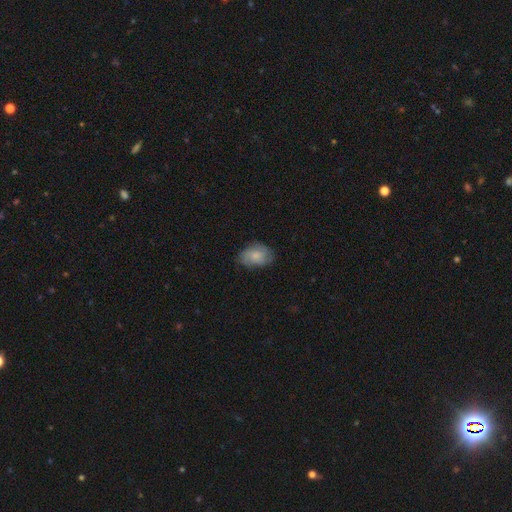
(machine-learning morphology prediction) The model was most divided on "merging": none: 69%, minor disturbance: 24%, major disturbance: 6%, merger: 1%. More confident: how rounded — in between (85%); smooth or featured — smooth (70%).